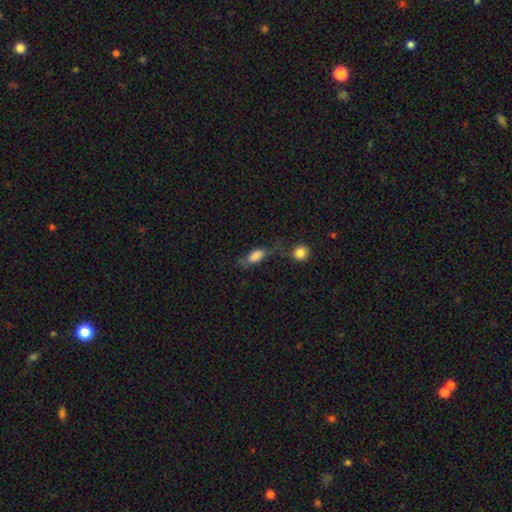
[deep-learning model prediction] Morphology: type=smooth (75%); roundness=in between (79%); merging=none (38%).